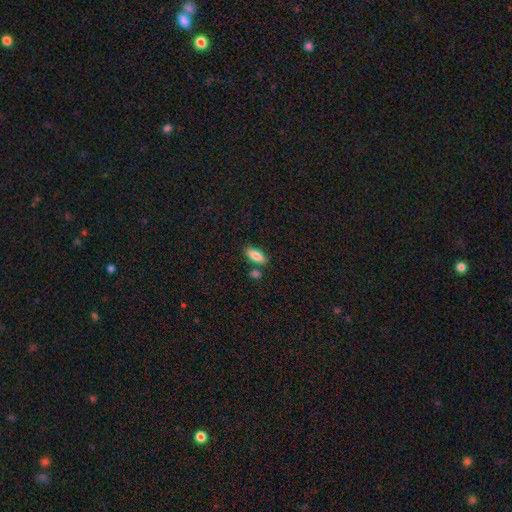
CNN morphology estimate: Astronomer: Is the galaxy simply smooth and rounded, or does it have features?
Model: smooth — 82%.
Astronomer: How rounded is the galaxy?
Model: in between — 76%.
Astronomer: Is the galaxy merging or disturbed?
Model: none — 77%.